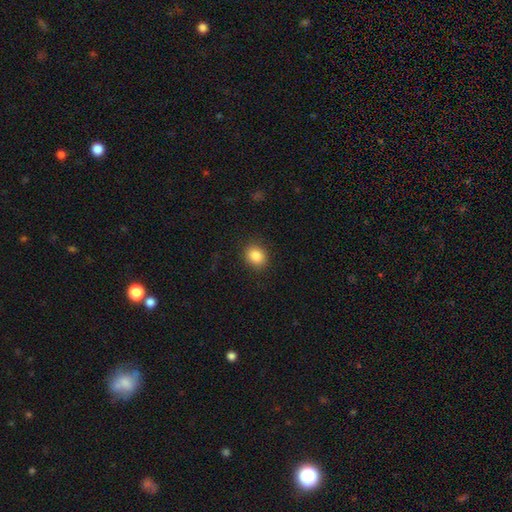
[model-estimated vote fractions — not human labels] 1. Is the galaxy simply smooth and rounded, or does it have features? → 87% smooth, 9% star or artifact, 4% featured or disk.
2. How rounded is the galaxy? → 67% round, 32% in between, 1% cigar-shaped.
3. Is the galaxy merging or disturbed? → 87% none, 9% minor disturbance, 3% major disturbance, 1% merger.